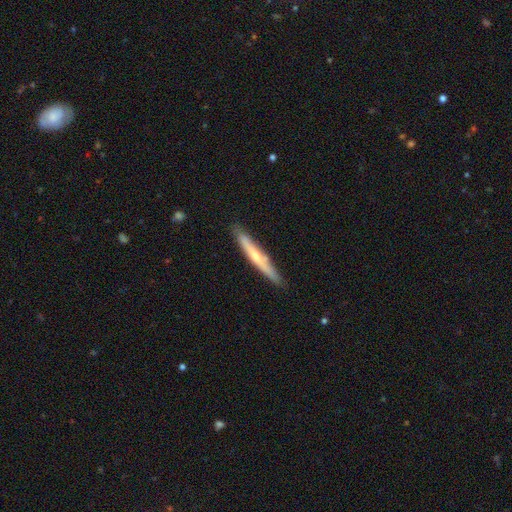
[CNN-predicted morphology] Q: Smooth or featured?
A: featured or disk (53%); runner-up: smooth (41%)
Q: Edge-on disk?
A: yes (94%); runner-up: no (6%)
Q: Edge-on bulge?
A: rounded (62%); runner-up: none (34%)
Q: Merging?
A: none (86%); runner-up: minor disturbance (10%)